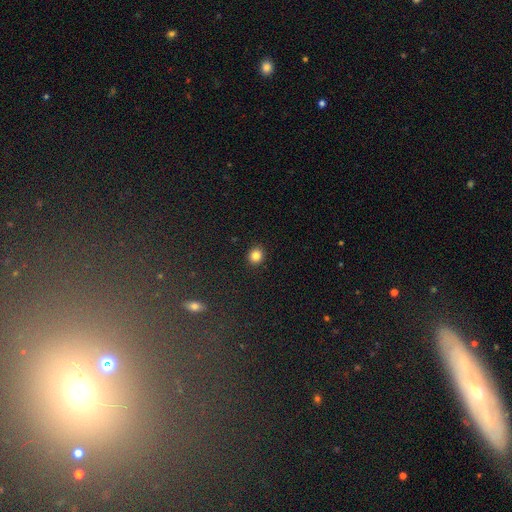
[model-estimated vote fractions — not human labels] smooth 84%, star or artifact 11%, featured or disk 5%. Down the decision tree: how rounded — round (79%); merging — none (91%).